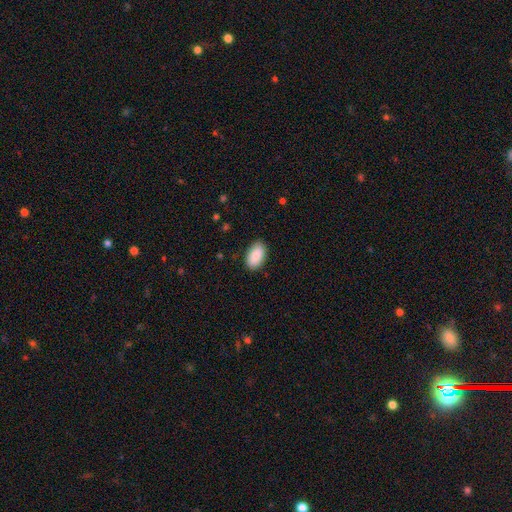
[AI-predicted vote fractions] This is clearly a smooth galaxy (90%). How rounded: clearly in between (95%). Merging: clearly none (86%).